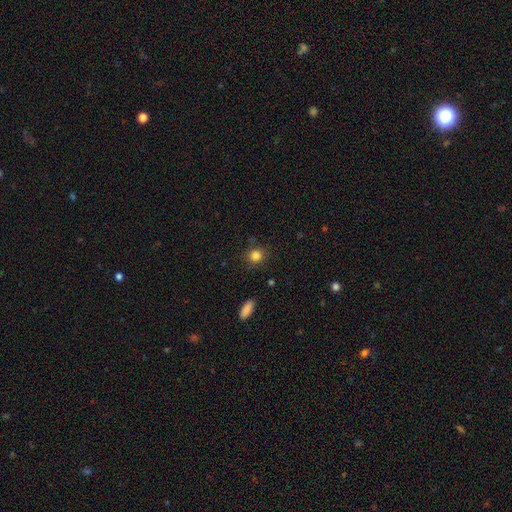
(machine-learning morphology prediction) Overall: smooth (84%). How rounded: round (86%). Merging: none (86%).